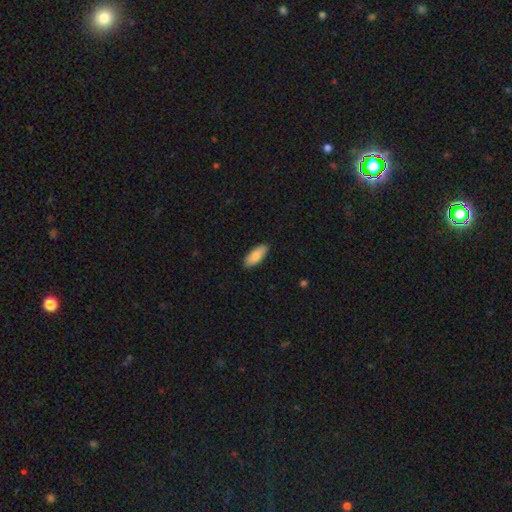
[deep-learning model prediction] Overall: smooth (86%). How rounded: in between (85%). Merging: none (89%).